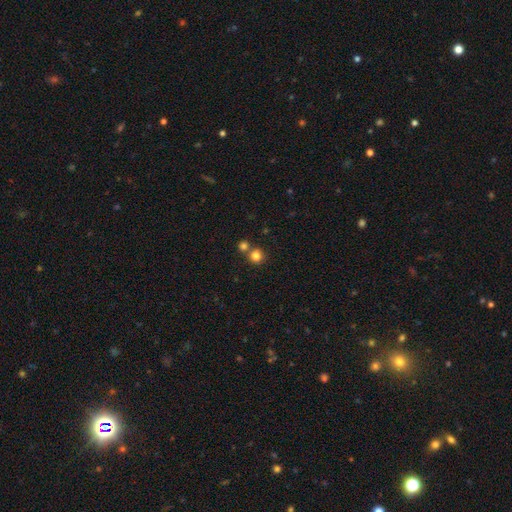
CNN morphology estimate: smooth_or_featured: smooth (p=0.82) [alt: star or artifact p=0.12]
how_rounded: round (p=0.90) [alt: in between p=0.09]
merging: none (p=0.63) [alt: merger p=0.28]